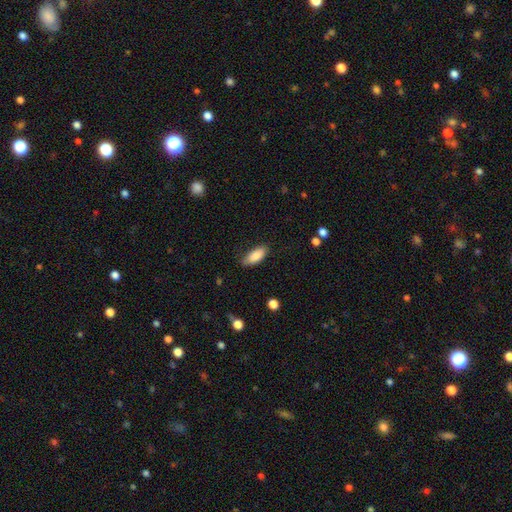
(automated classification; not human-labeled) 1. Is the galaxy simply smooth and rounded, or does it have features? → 85% smooth, 8% featured or disk, 6% star or artifact.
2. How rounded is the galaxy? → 82% in between, 16% cigar-shaped, 2% round.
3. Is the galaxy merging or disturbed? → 79% none, 17% minor disturbance, 3% major disturbance, 1% merger.